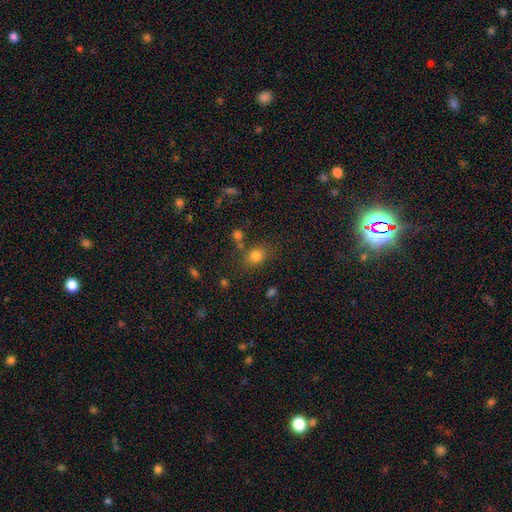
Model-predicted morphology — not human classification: smooth-or-featured: smooth: 78% | star or artifact: 14% | featured or disk: 8%
  how-rounded: in between: 57% | round: 41% | cigar-shaped: 2%
  merging: none: 69% | minor disturbance: 15% | merger: 10% | major disturbance: 5%